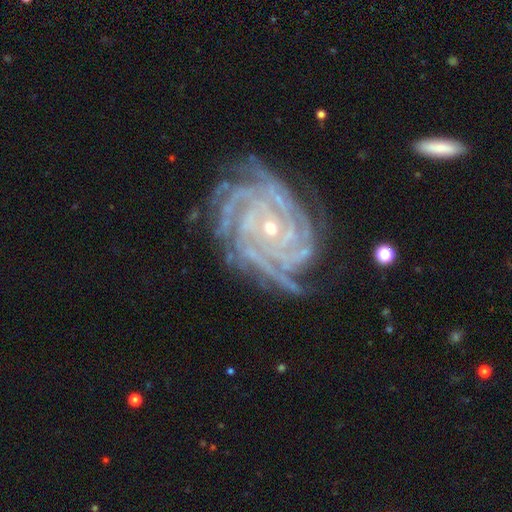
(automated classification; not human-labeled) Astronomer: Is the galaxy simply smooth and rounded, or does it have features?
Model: featured or disk — 89%.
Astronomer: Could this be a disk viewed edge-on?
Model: no — 97%.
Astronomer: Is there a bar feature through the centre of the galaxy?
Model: no — 64%.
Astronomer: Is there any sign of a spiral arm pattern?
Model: yes — 99%.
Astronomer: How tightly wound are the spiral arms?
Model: tight — 83%.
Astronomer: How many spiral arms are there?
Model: more than 4 — 28% (runner-up: 4, 25%).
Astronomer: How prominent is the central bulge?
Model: small — 71%.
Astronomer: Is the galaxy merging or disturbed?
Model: none — 79%.